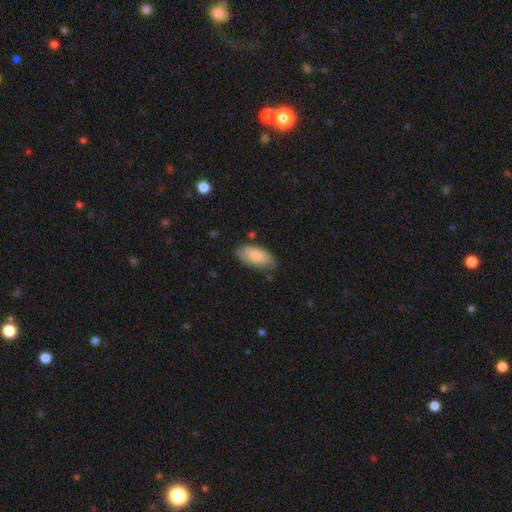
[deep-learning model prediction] Smooth or featured? Predicted: smooth (p=0.78). How rounded? Predicted: in between (p=0.93). Merging? Predicted: none (p=0.71).